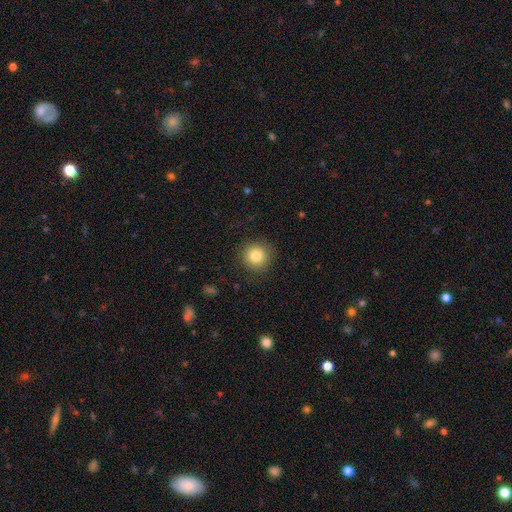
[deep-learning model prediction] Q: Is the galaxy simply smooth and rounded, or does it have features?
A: smooth — 83%.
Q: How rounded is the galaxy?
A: round — 93%.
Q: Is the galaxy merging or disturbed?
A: none — 88%.